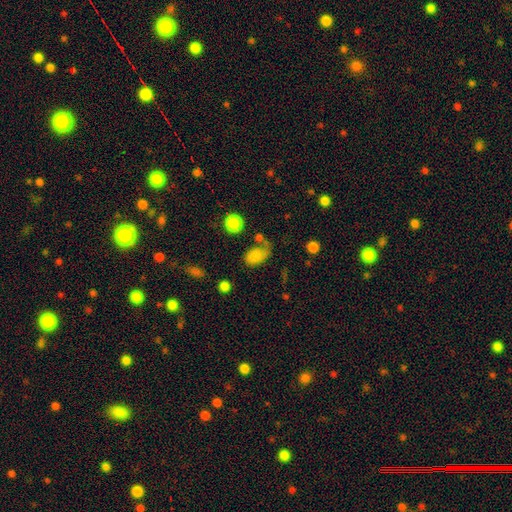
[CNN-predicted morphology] Smooth or featured: smooth — 78% (star or artifact — 12%)
How rounded: in between — 83% (round — 15%)
Merging: none — 46% (minor disturbance — 25%)